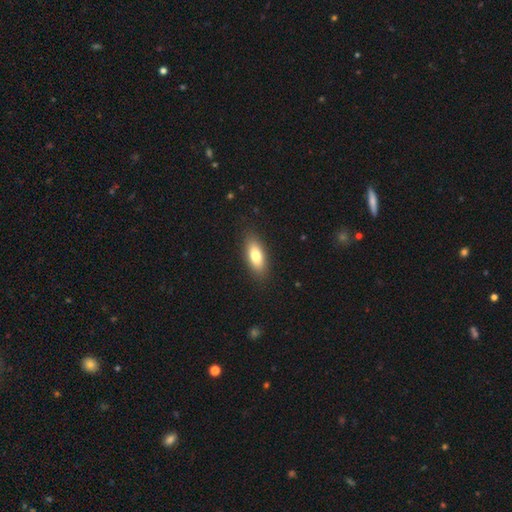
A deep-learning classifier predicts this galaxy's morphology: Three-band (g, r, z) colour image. It shows a smooth galaxy with no disk features (77%) that is in between round and cigar-shaped (78%). Merging: none (87%).